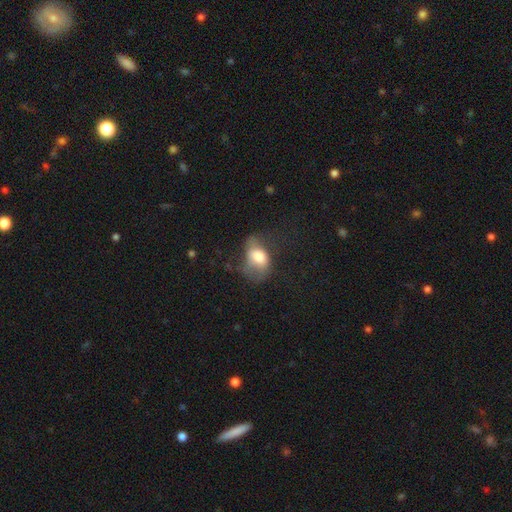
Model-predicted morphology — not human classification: A smooth galaxy with no disk features (64%) that is in between round and cigar-shaped (81%). Merging: none (39%).